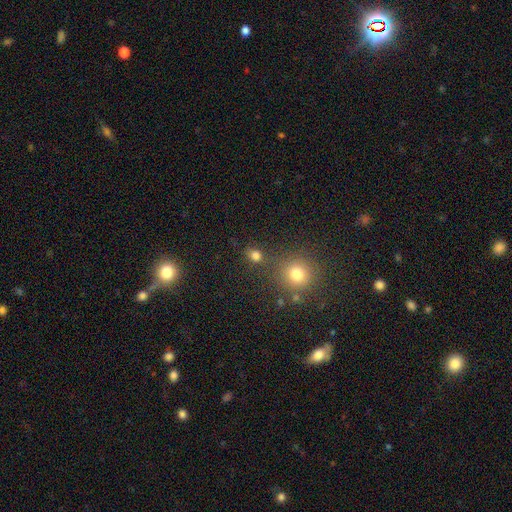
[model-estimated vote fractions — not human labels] A smooth galaxy with no disk features (77%) that is round (67%). Merging: none (73%).